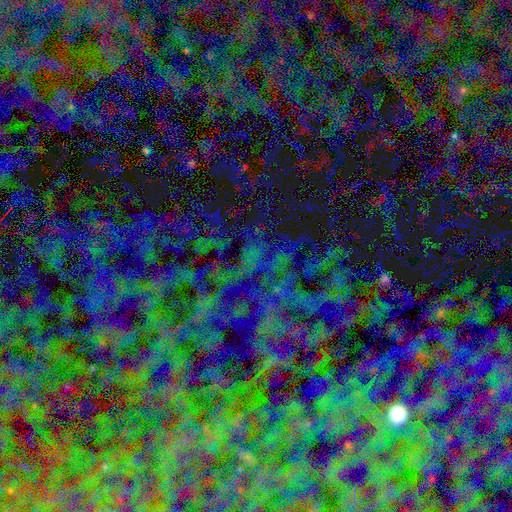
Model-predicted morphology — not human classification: star or artifact 80%, smooth 10%, featured or disk 10%.